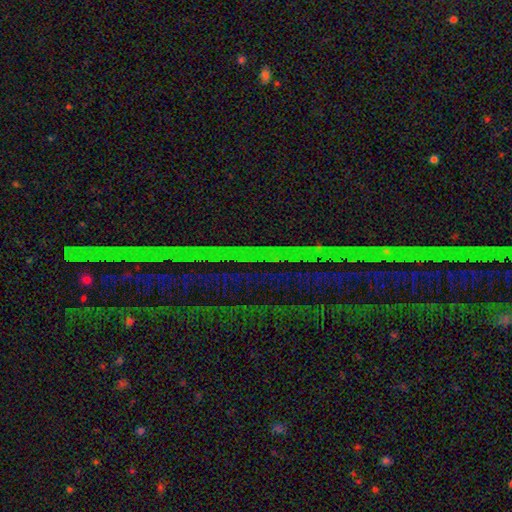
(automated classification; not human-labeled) Q: Smooth or featured?
A: star or artifact (85%); runner-up: featured or disk (8%)